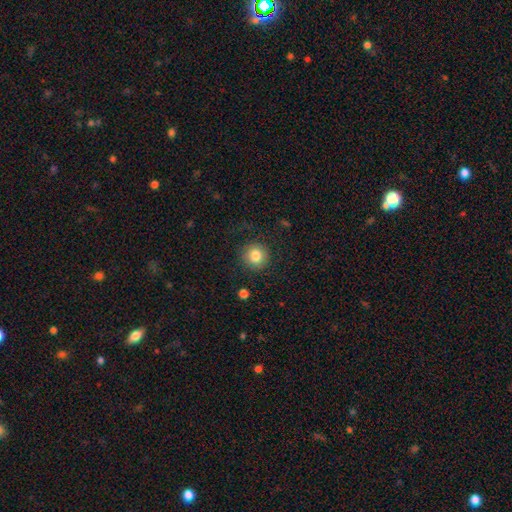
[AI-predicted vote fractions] smooth-or-featured: smooth: 82% | star or artifact: 10% | featured or disk: 8%
  how-rounded: round: 91% | in between: 8% | cigar-shaped: 1%
  merging: none: 85% | minor disturbance: 9% | major disturbance: 4% | merger: 1%